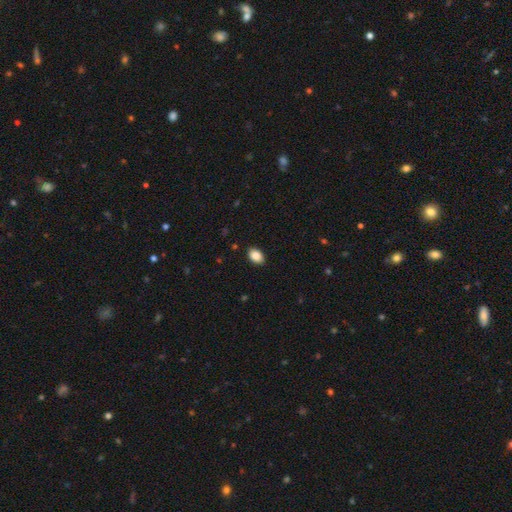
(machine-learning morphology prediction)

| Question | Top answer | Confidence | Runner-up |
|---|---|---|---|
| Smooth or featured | smooth | 88% | star or artifact (8%) |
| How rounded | in between | 84% | round (15%) |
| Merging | none | 88% | minor disturbance (9%) |